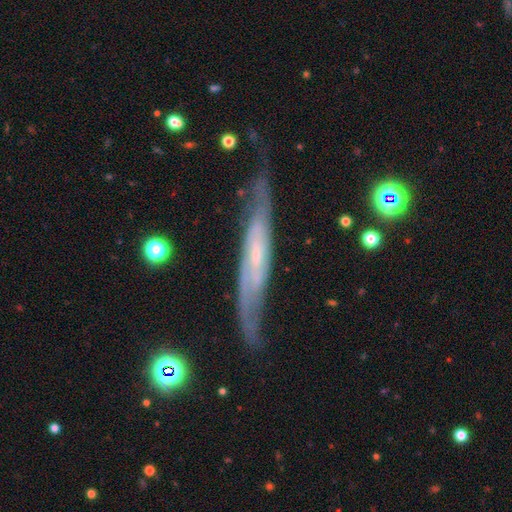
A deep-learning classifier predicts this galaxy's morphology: A featured or disk galaxy (78%) viewed edge-on (54%). Merging: none (70%).